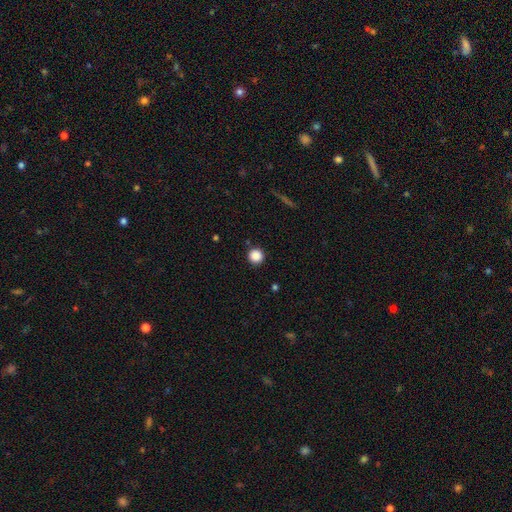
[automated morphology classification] smooth 87%, star or artifact 10%, featured or disk 3%. Down the decision tree: how rounded — round (96%); merging — none (91%).